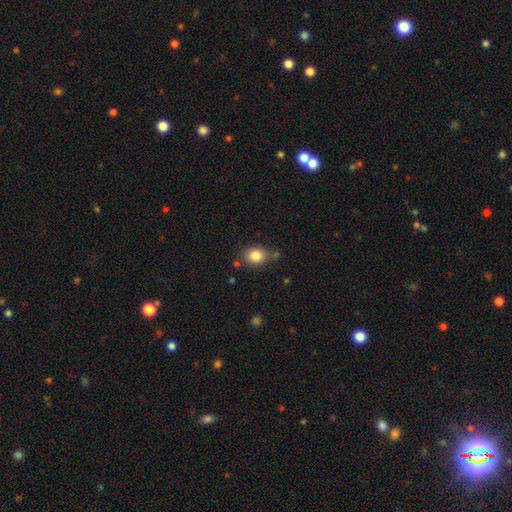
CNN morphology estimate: A smooth galaxy with no disk features (84%) that is round (51%). Merging: none (74%).